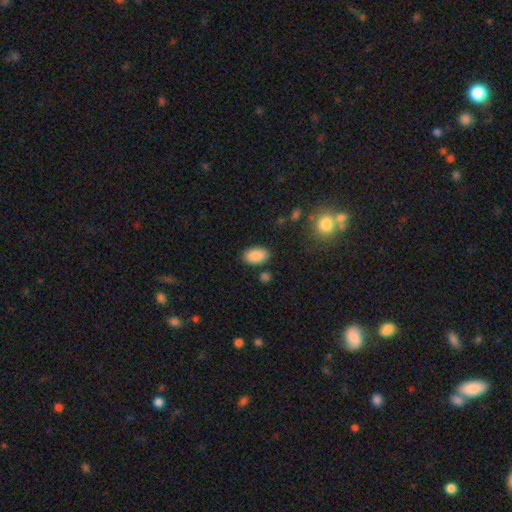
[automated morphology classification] smooth_or_featured: smooth (p=0.88) [alt: star or artifact p=0.08]
how_rounded: in between (p=0.93) [alt: round p=0.06]
merging: none (p=0.84) [alt: minor disturbance p=0.10]